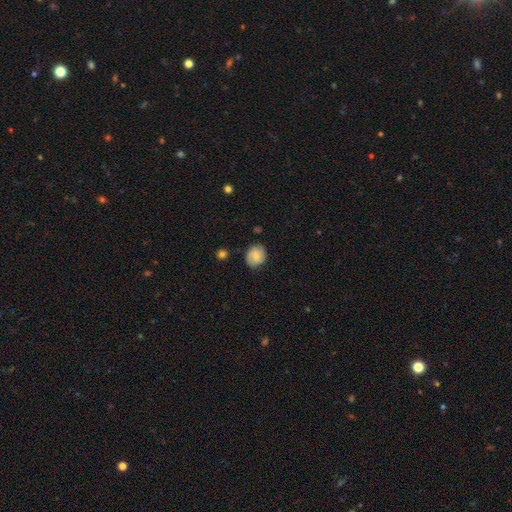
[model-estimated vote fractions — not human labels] This is likely a smooth galaxy (64%). How rounded: likely round (69%). Merging: likely none (76%).